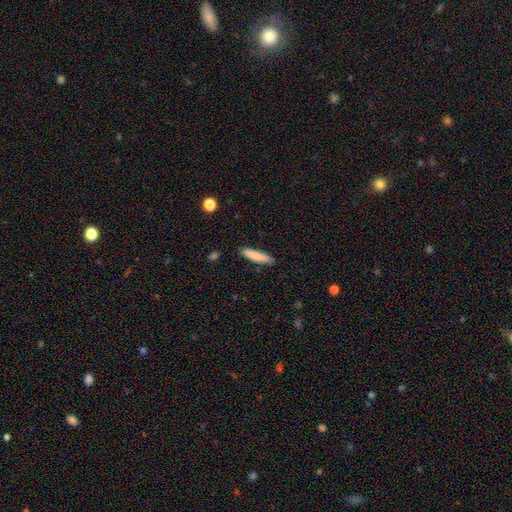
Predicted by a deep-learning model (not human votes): Smooth or featured: smooth — 81% (featured or disk — 13%)
How rounded: cigar-shaped — 82% (in between — 17%)
Merging: none — 88% (minor disturbance — 9%)